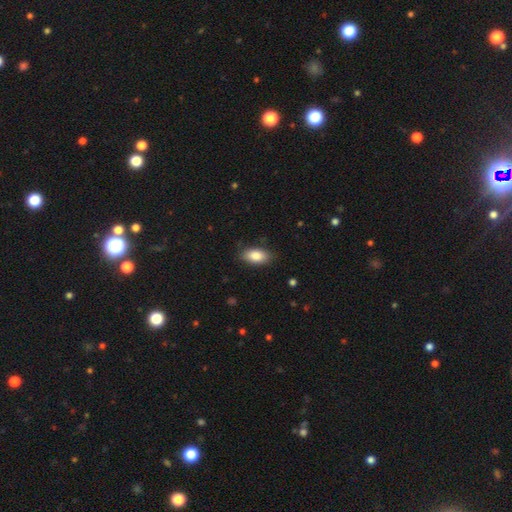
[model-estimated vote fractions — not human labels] Smooth or featured? smooth (85%)
How rounded? in between (91%)
Merging? none (85%)